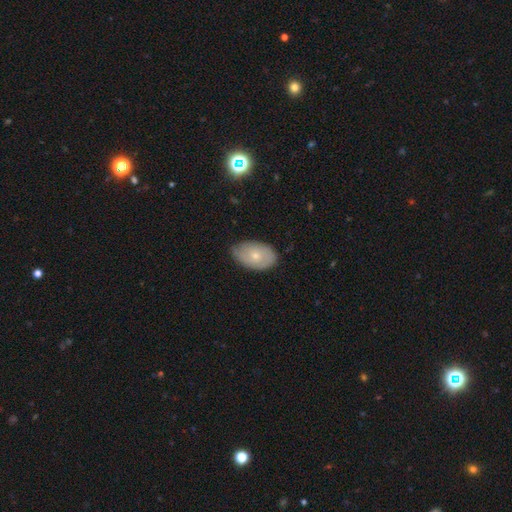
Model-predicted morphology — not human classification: This appears to be a smooth galaxy with no disk features (58%) that is in between round and cigar-shaped (90%). Merging: none (68%).